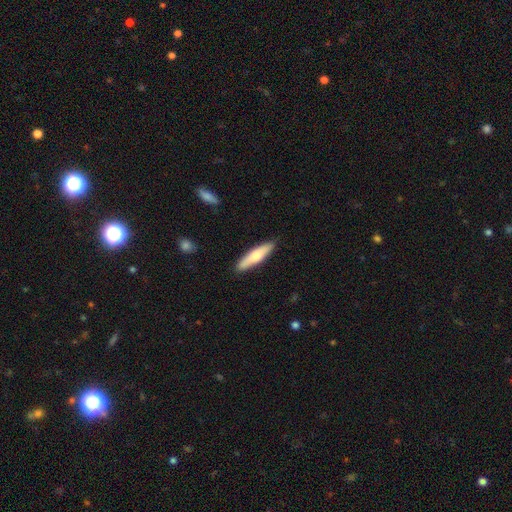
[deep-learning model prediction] smooth 65%, featured or disk 30%, star or artifact 5%. Down the decision tree: how rounded — cigar-shaped (79%); merging — none (89%).